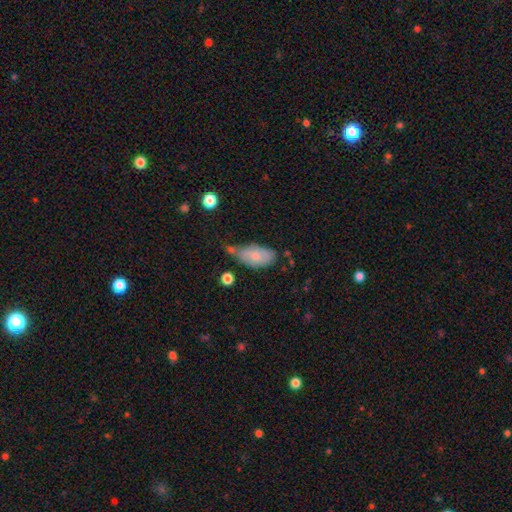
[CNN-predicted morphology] This appears to be a smooth galaxy with no disk features (70%) that is in between round and cigar-shaped (91%). Merging: none (41%).